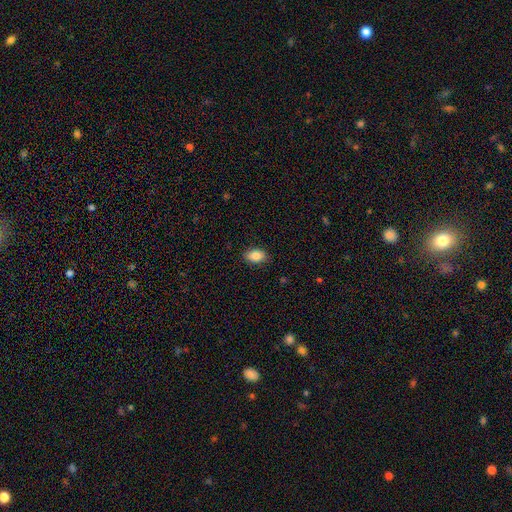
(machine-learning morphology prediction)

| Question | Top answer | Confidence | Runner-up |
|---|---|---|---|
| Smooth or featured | smooth | 86% | star or artifact (8%) |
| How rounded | in between | 85% | round (14%) |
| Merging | none | 87% | minor disturbance (10%) |